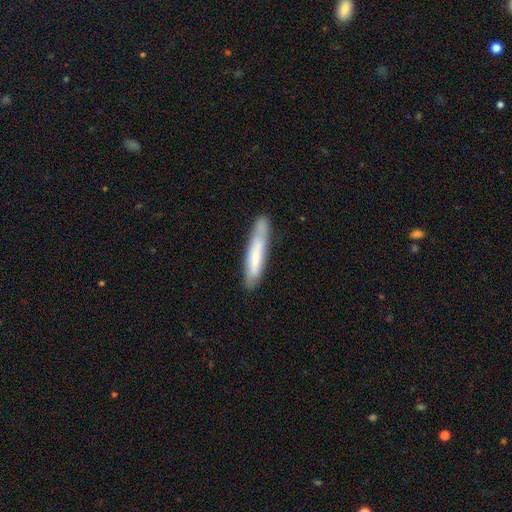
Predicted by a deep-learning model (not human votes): smooth 62%, featured or disk 32%, star or artifact 6%. Down the decision tree: how rounded — cigar-shaped (88%); merging — none (76%).